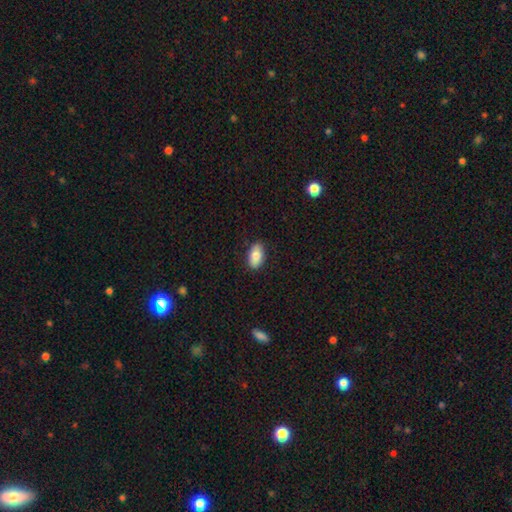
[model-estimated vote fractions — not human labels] Smooth or featured? Predicted: smooth (p=0.78). How rounded? Predicted: in between (p=0.92). Merging? Predicted: none (p=0.85).